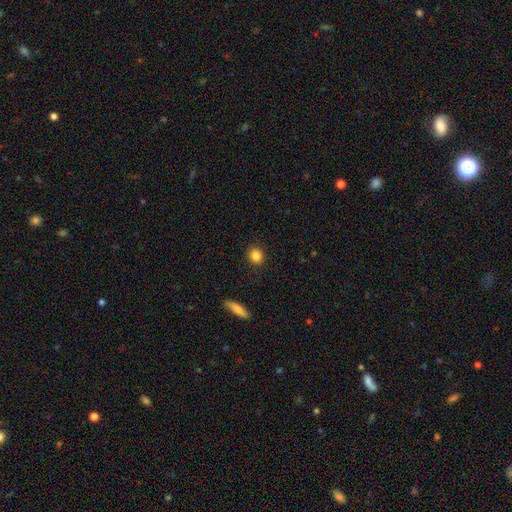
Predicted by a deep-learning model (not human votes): Smooth or featured?
  - smooth: 86% *
  - star or artifact: 9%
  - featured or disk: 5%
How rounded?
  - round: 69% *
  - in between: 29%
  - cigar-shaped: 2%
Merging?
  - none: 89% *
  - minor disturbance: 8%
  - major disturbance: 2%
  - merger: 1%